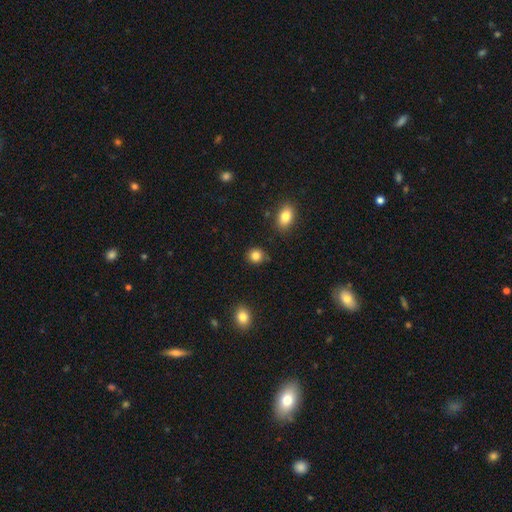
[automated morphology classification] smooth_or_featured: smooth (p=0.85) [alt: star or artifact p=0.10]
how_rounded: round (p=0.81) [alt: in between p=0.18]
merging: none (p=0.85) [alt: minor disturbance p=0.10]